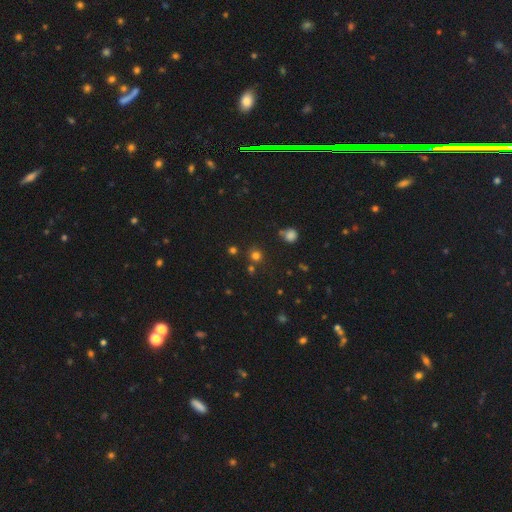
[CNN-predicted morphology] This is likely a smooth galaxy (71%). How rounded: clearly round (91%). Merging: likely none (78%).